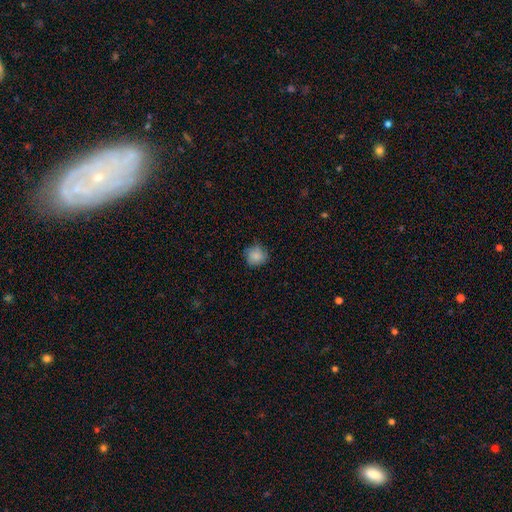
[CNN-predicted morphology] This is clearly a smooth galaxy (84%). How rounded: clearly round (87%). Merging: likely none (78%).